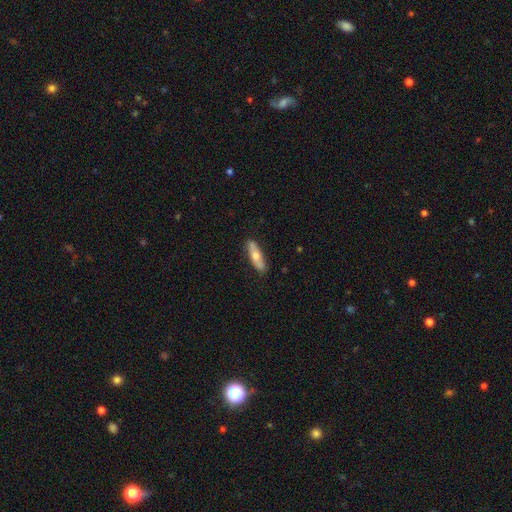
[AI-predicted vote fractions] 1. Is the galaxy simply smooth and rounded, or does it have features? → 55% smooth, 39% featured or disk, 5% star or artifact.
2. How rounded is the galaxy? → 63% cigar-shaped, 34% in between, 2% round.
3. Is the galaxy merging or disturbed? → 84% none, 12% minor disturbance, 2% major disturbance, 1% merger.